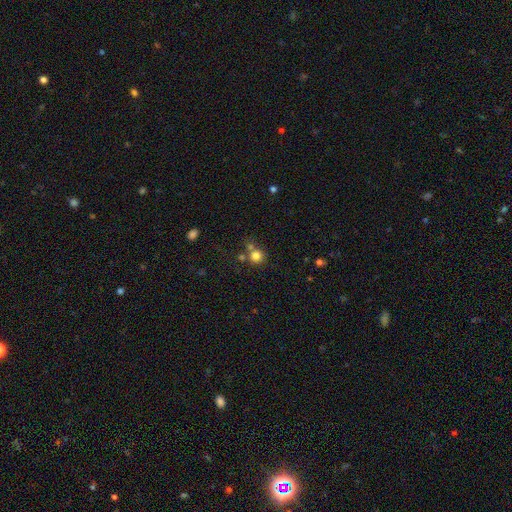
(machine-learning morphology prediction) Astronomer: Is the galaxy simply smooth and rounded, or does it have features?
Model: smooth — 80%.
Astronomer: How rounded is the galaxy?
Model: round — 91%.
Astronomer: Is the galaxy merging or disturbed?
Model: none — 65%.